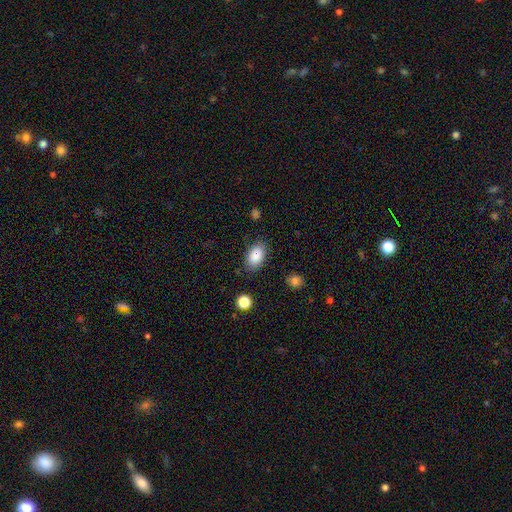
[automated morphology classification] type=smooth (88%); roundness=in between (91%); merging=none (81%).